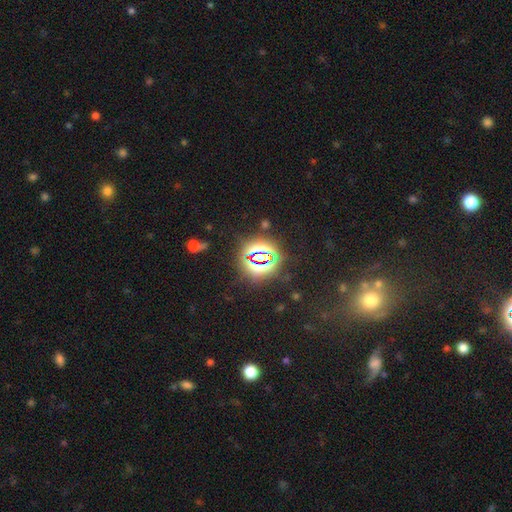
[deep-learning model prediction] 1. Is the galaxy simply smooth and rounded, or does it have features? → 77% star or artifact, 15% smooth, 8% featured or disk.